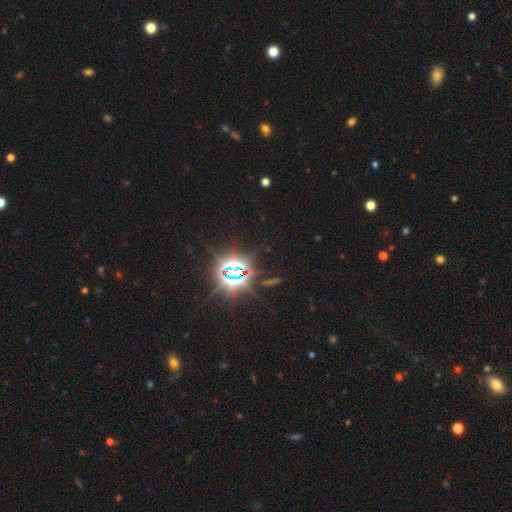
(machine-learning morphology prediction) smooth-or-featured: star or artifact: 84% | smooth: 9% | featured or disk: 6%